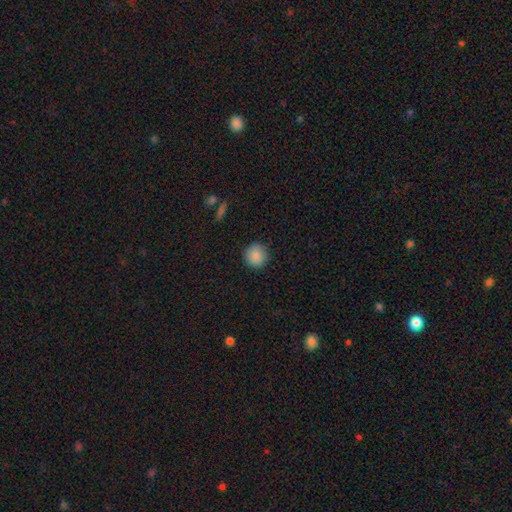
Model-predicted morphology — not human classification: Smooth or featured: smooth — 88% (star or artifact — 8%)
How rounded: round — 94% (in between — 5%)
Merging: none — 90% (minor disturbance — 7%)